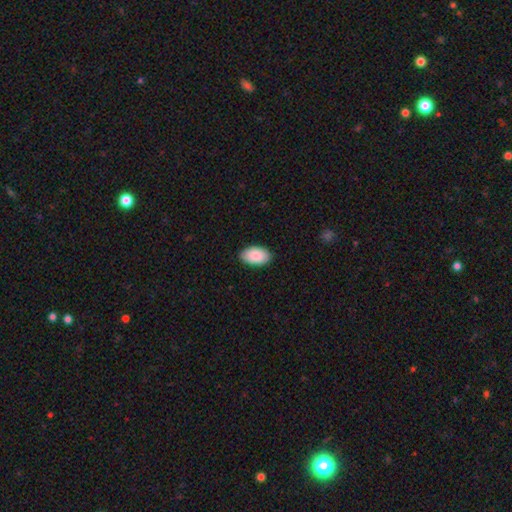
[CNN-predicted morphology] This appears to be a smooth galaxy with no disk features (89%) that is in between round and cigar-shaped (95%). Merging: none (87%).